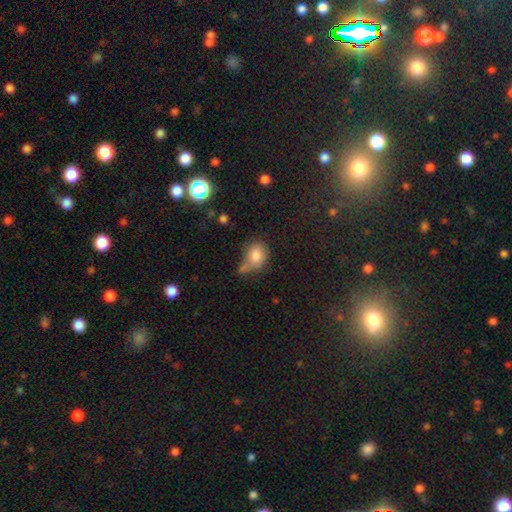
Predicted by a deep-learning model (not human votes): A smooth galaxy with no disk features (79%) that is in between round and cigar-shaped (55%).

Vote fractions:
- Smooth or featured? smooth: 79% / star or artifact: 11% / featured or disk: 10%
- How rounded? in between: 55% / round: 44% / cigar-shaped: 2%
- Merging? none: 37% / minor disturbance: 26% / merger: 25% / major disturbance: 13%